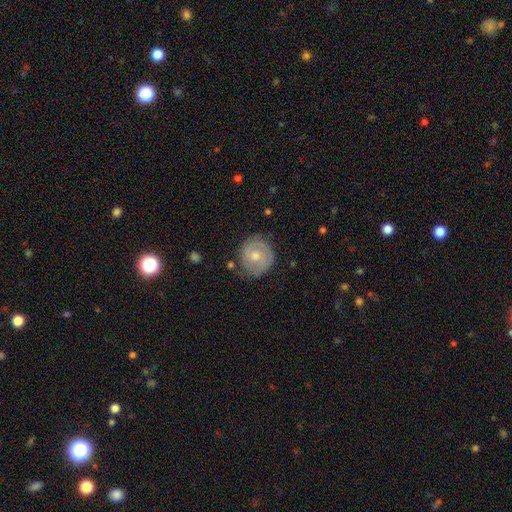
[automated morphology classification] Smooth or featured? featured or disk (67%)
Edge-on disk? no (98%)
Bar? no (63%)
Spiral arms? yes (86%)
Spiral winding? tight (62%)
Spiral arm count? 2 (71%)
Bulge size? moderate (65%)
Merging? none (77%)